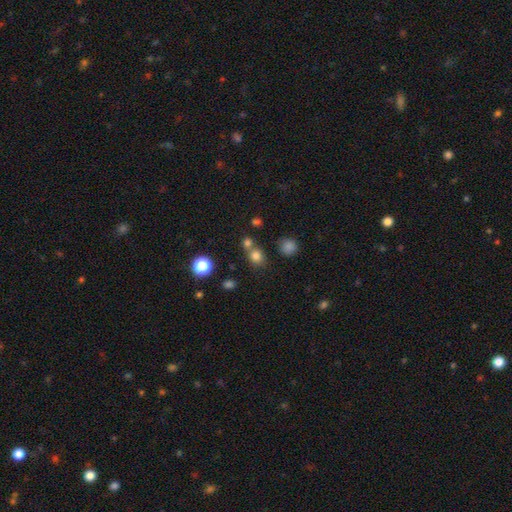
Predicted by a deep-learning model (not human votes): Morphology: type=smooth (76%); roundness=round (78%); merging=none (58%).